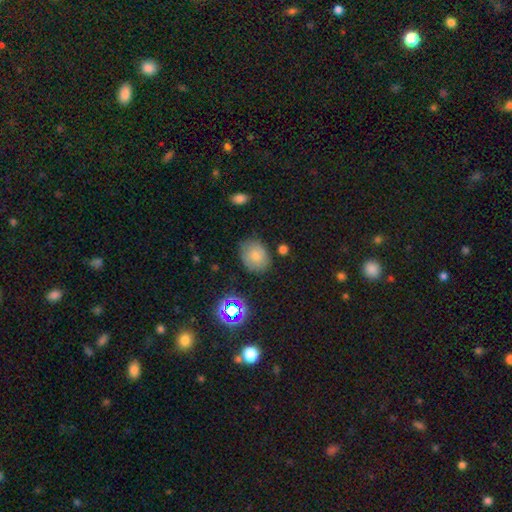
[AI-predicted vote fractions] Q: Smooth or featured?
A: smooth (74%); runner-up: featured or disk (13%)
Q: How rounded?
A: round (54%); runner-up: in between (45%)
Q: Merging?
A: none (74%); runner-up: minor disturbance (19%)